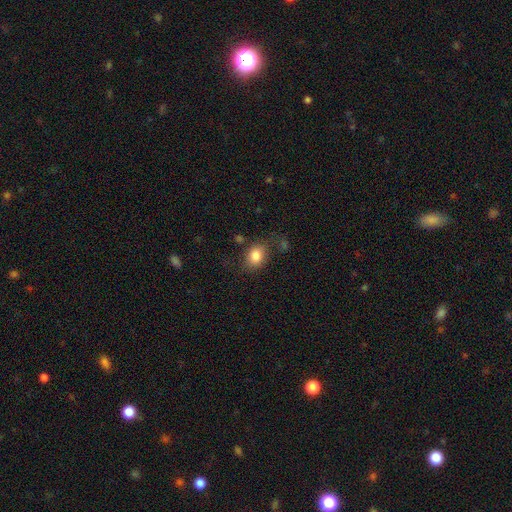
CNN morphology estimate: This appears to be a smooth galaxy with no disk features (83%) that is in between round and cigar-shaped (59%). Merging: none (72%).